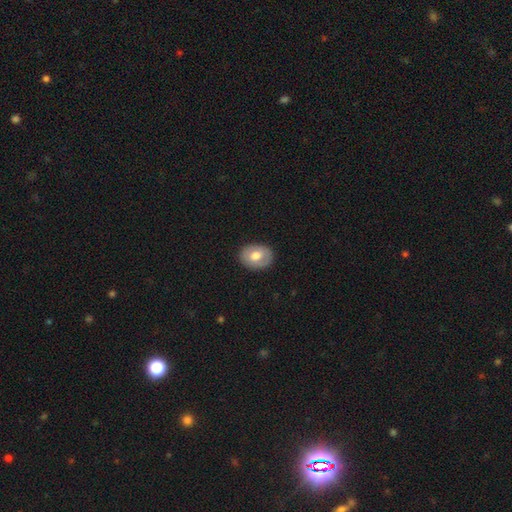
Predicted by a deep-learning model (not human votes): Overall: smooth (65%; featured or disk 29%). How rounded: in between (63%; round 36%). Merging: none (86%).